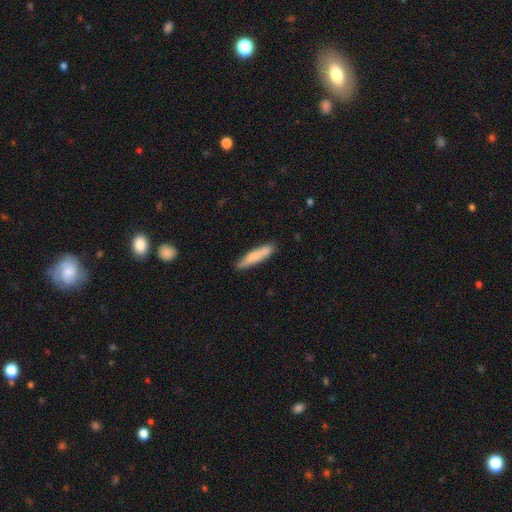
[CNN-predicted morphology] Smooth or featured: smooth — 78% (featured or disk — 16%)
How rounded: cigar-shaped — 85% (in between — 14%)
Merging: none — 84% (minor disturbance — 12%)